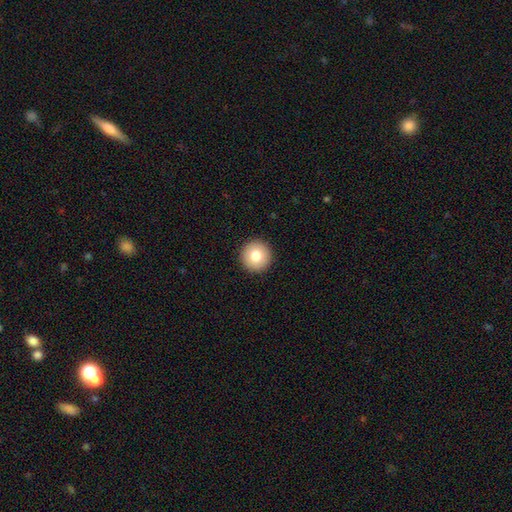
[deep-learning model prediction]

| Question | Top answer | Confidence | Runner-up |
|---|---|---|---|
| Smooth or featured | smooth | 80% | featured or disk (12%) |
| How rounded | round | 96% | in between (3%) |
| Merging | none | 93% | minor disturbance (4%) |